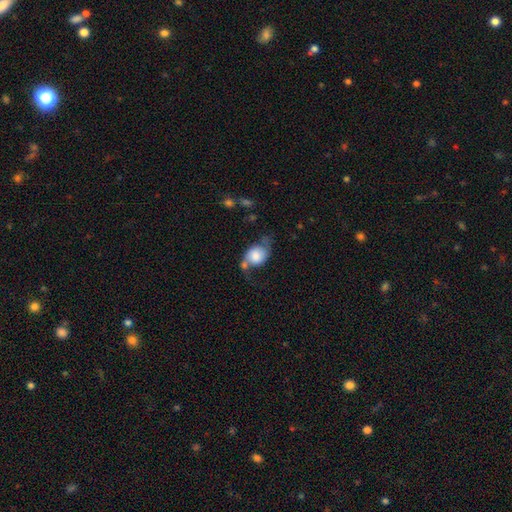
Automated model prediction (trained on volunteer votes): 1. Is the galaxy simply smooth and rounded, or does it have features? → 54% smooth, 38% featured or disk, 8% star or artifact.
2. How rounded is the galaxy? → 52% in between, 47% round, 1% cigar-shaped.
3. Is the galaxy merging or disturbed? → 39% none, 27% minor disturbance, 20% major disturbance, 15% merger.